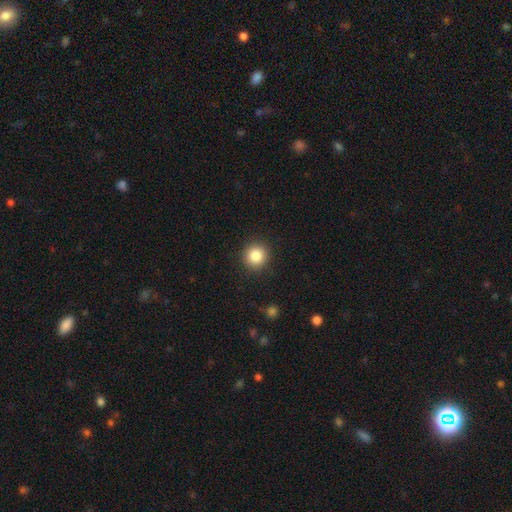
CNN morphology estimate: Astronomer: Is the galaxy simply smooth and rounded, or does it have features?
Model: smooth — 85%.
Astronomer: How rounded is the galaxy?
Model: round — 94%.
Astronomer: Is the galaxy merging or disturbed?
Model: none — 91%.